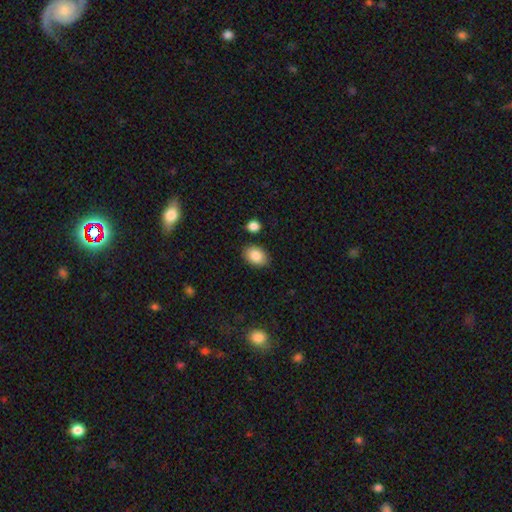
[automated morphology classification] smooth 87%, star or artifact 8%, featured or disk 6%. Down the decision tree: how rounded — in between (77%); merging — none (83%).